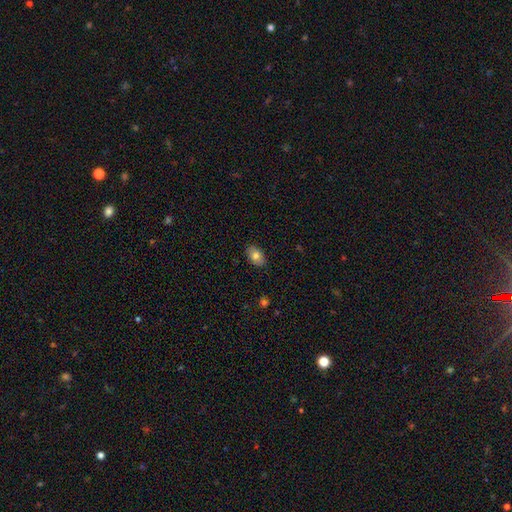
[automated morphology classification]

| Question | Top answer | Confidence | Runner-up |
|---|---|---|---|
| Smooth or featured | smooth | 79% | featured or disk (14%) |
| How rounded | in between | 88% | round (11%) |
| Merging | none | 87% | minor disturbance (10%) |